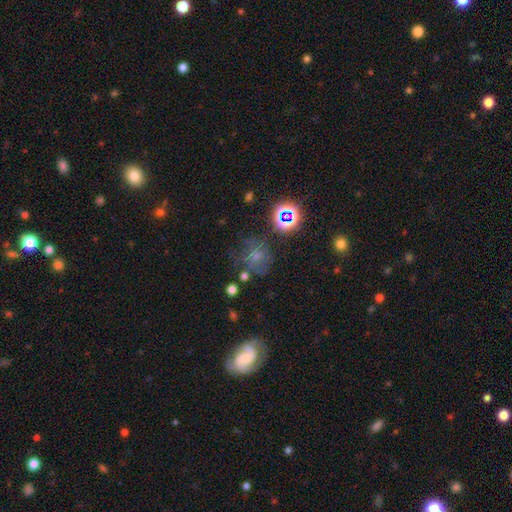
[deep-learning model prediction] Overall: smooth (52%; star or artifact 28%). How rounded: round (77%). Merging: none (54%; minor disturbance 22%).